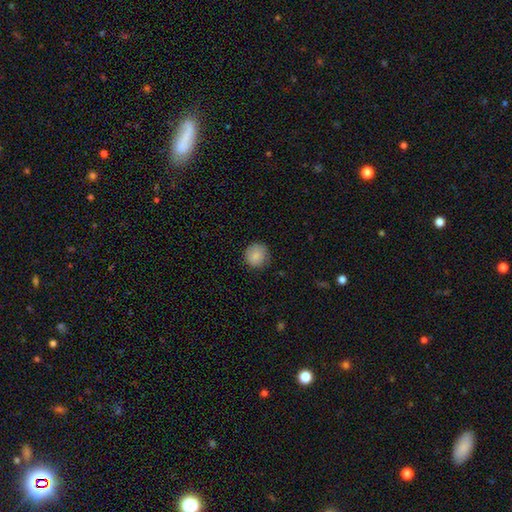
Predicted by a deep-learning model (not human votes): A smooth galaxy with no disk features (87%) that is round (92%).

Vote fractions:
- Smooth or featured? smooth: 87% / star or artifact: 8% / featured or disk: 5%
- How rounded? round: 92% / in between: 7% / cigar-shaped: 1%
- Merging? none: 82% / minor disturbance: 14% / major disturbance: 3% / merger: 1%